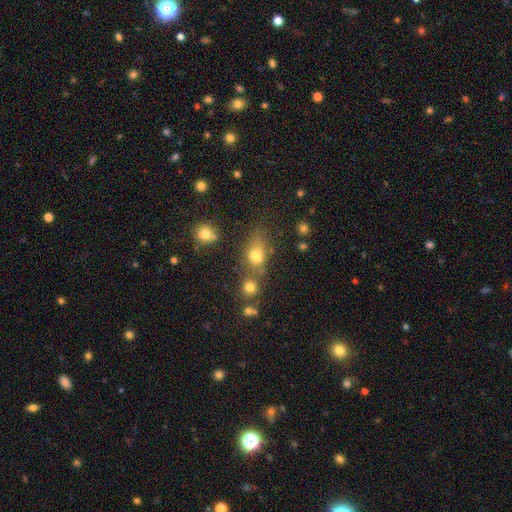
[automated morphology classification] smooth-or-featured: smooth: 73% | star or artifact: 16% | featured or disk: 11%
  how-rounded: in between: 64% | round: 31% | cigar-shaped: 5%
  merging: none: 44% | merger: 27% | minor disturbance: 18% | major disturbance: 11%